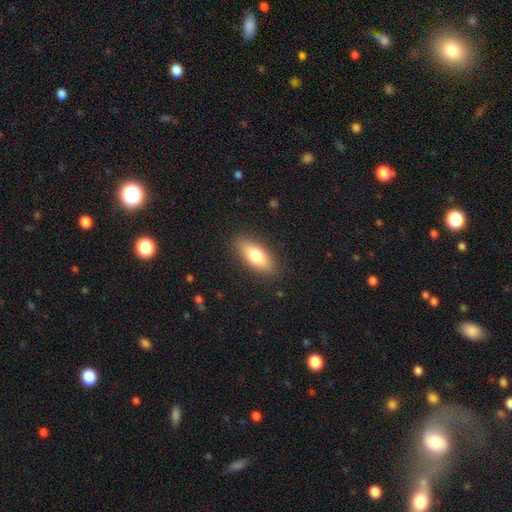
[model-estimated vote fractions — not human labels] This appears to be a smooth galaxy with no disk features (76%) that is in between round and cigar-shaped (78%). Merging: none (87%).